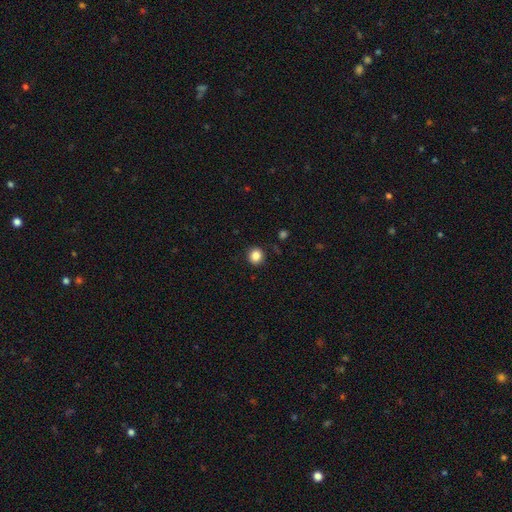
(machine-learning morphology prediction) smooth_or_featured: smooth (p=0.85) [alt: star or artifact p=0.11]
how_rounded: round (p=0.86) [alt: in between p=0.13]
merging: none (p=0.90) [alt: minor disturbance p=0.07]